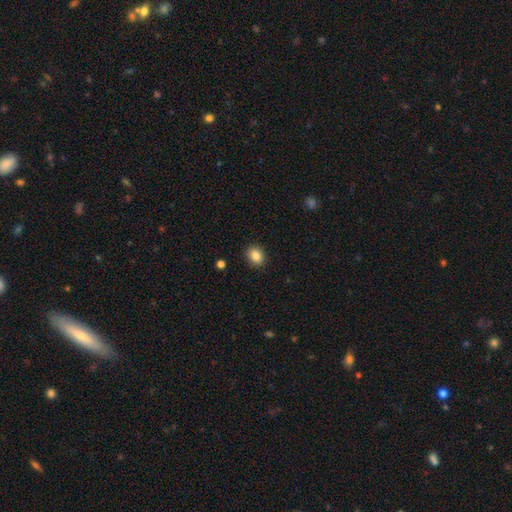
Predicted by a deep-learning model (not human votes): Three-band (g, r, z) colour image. It shows a smooth galaxy with no disk features (85%) that is round (55%). Merging: none (88%).